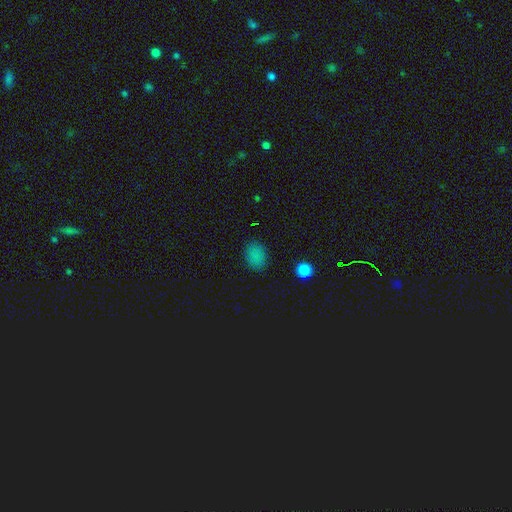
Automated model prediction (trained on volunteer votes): Smooth or featured? smooth (82%)
How rounded? in between (60%)
Merging? none (84%)